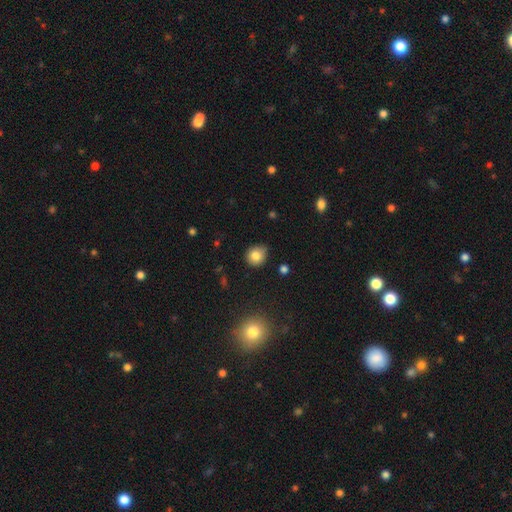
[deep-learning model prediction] Morphology: type=smooth (82%); roundness=round (85%); merging=none (77%).